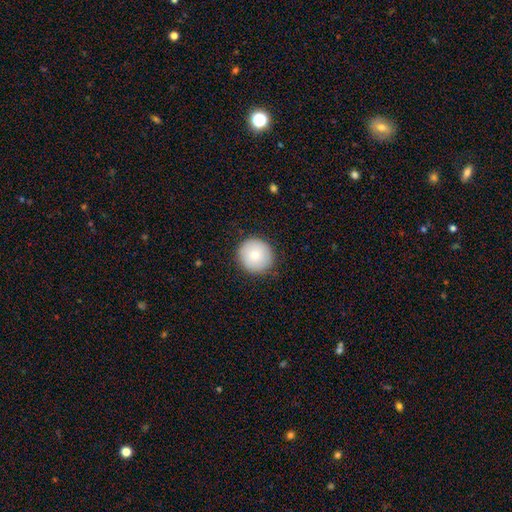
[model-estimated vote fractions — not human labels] smooth_or_featured: smooth (p=0.78) [alt: featured or disk p=0.15]
how_rounded: round (p=0.95) [alt: in between p=0.04]
merging: none (p=0.89) [alt: minor disturbance p=0.08]